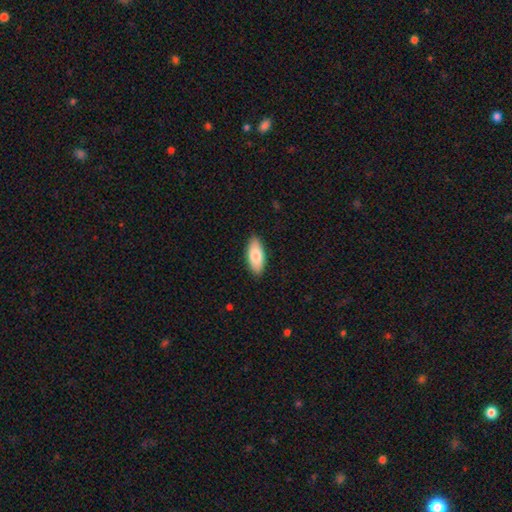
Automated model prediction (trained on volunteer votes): Overall: smooth (81%). How rounded: in between (86%). Merging: none (89%).